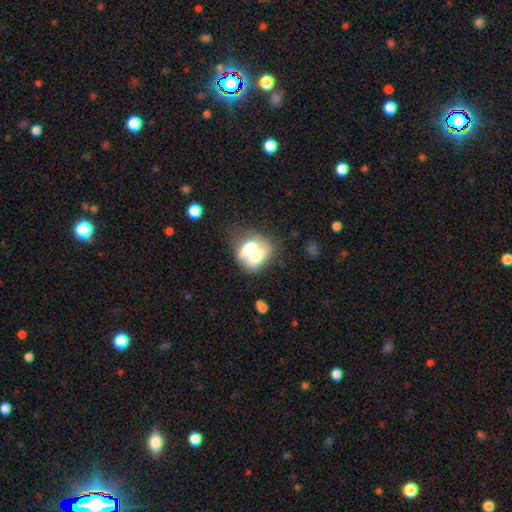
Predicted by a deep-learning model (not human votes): smooth-or-featured: smooth: 57% | featured or disk: 35% | star or artifact: 8%
  how-rounded: in between: 68% | round: 30% | cigar-shaped: 3%
  merging: merger: 72% | none: 14% | major disturbance: 7% | minor disturbance: 7%